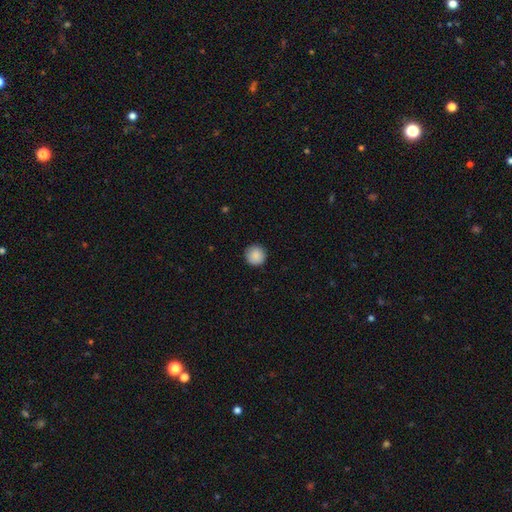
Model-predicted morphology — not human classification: Smooth or featured? Predicted: smooth (p=0.88). How rounded? Predicted: round (p=0.96). Merging? Predicted: none (p=0.91).